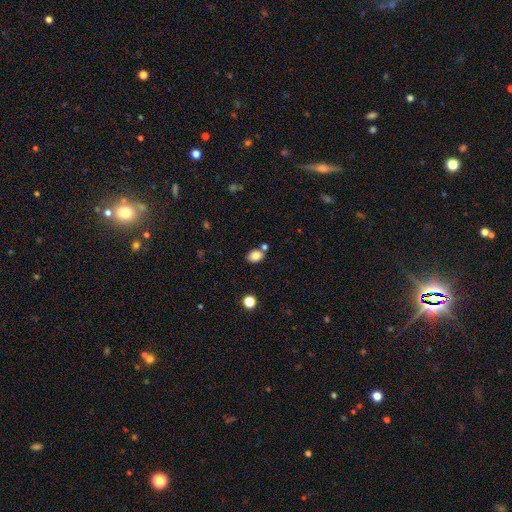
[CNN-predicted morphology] smooth 83%, star or artifact 10%, featured or disk 7%. Down the decision tree: how rounded — in between (71%); merging — none (73%).